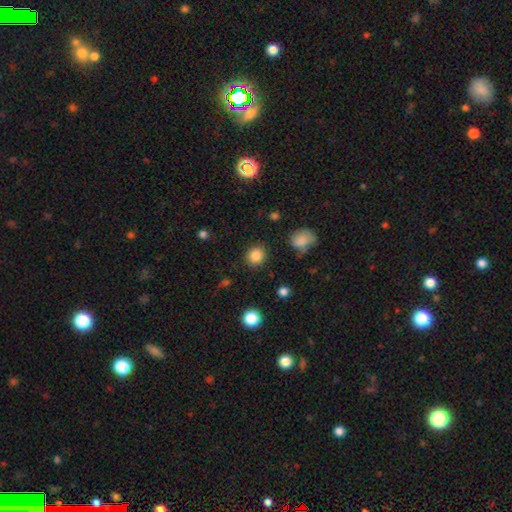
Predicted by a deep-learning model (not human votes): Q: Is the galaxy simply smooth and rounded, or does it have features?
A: smooth — 86%.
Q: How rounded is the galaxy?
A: round — 84%.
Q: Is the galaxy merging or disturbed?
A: none — 87%.